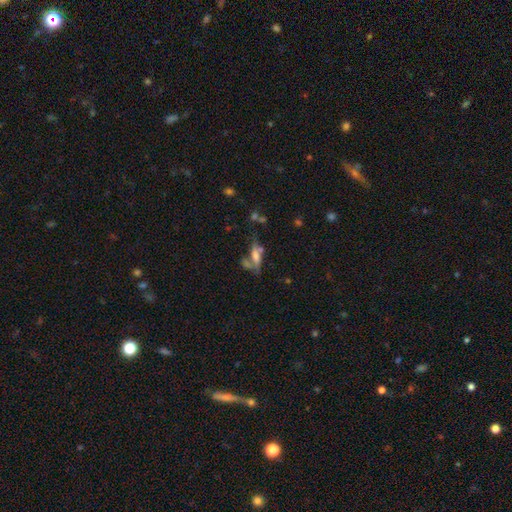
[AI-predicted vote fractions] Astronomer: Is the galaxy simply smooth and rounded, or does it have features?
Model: smooth — 49% (runner-up: featured or disk, 37%).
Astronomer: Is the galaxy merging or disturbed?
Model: none — 34% (runner-up: merger, 32%).